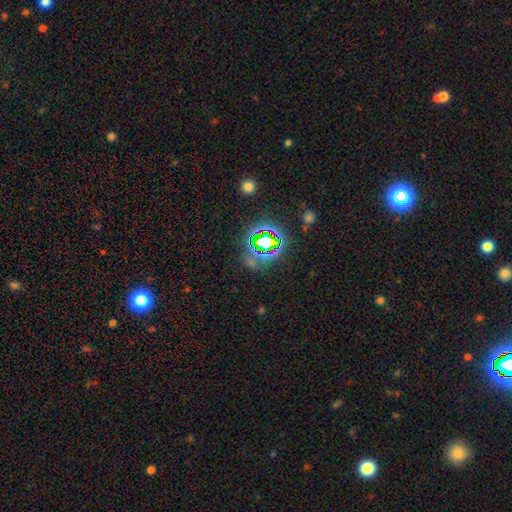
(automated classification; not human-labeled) smooth-or-featured: star or artifact: 76% | smooth: 14% | featured or disk: 10%